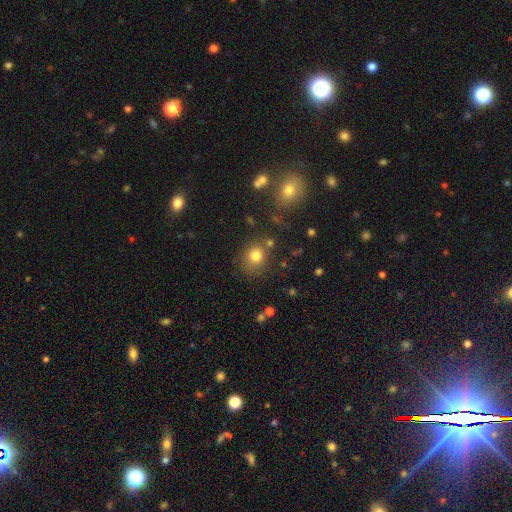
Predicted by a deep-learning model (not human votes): A smooth galaxy with no disk features (79%) that is round (74%).

Vote fractions:
- Smooth or featured? smooth: 79% / star or artifact: 13% / featured or disk: 8%
- How rounded? round: 74% / in between: 25% / cigar-shaped: 1%
- Merging? none: 73% / minor disturbance: 14% / merger: 8% / major disturbance: 5%